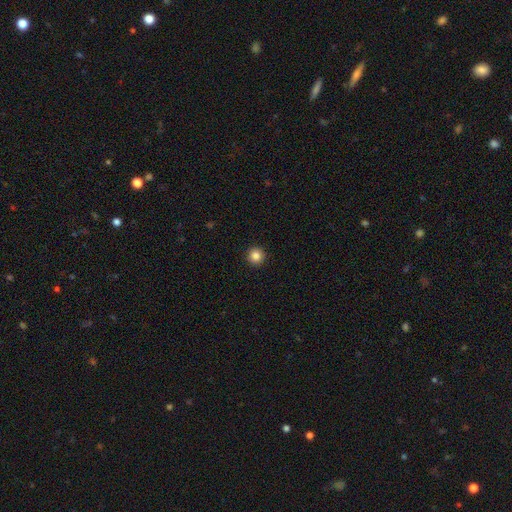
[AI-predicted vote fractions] This is clearly a smooth galaxy (85%). How rounded: clearly round (96%). Merging: clearly none (94%).